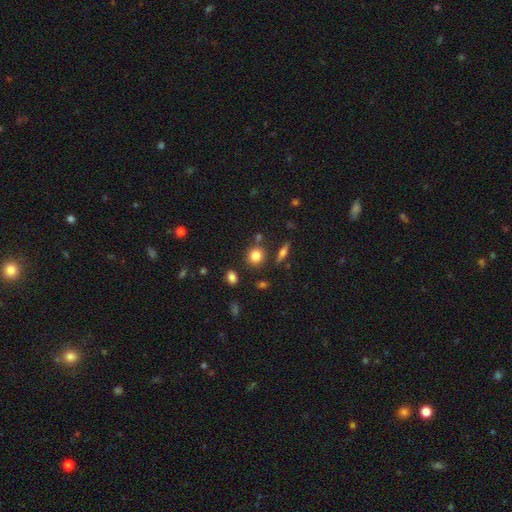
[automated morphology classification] Overall: smooth (81%). How rounded: round (81%). Merging: none (80%).